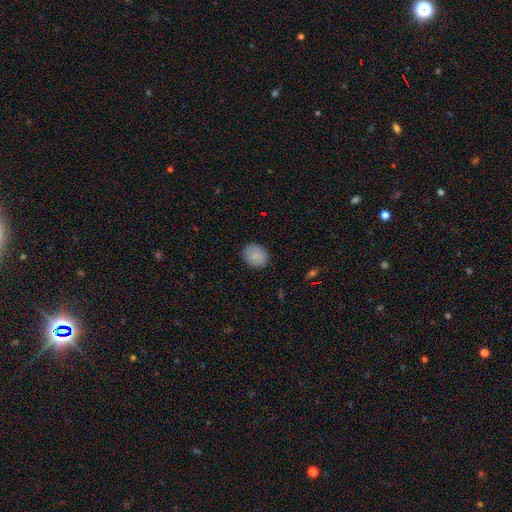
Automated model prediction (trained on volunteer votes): Smooth or featured? Predicted: smooth (p=0.86). How rounded? Predicted: round (p=0.52). Merging? Predicted: none (p=0.88).